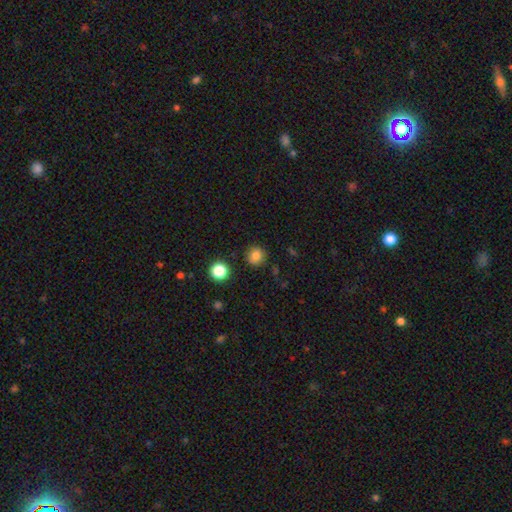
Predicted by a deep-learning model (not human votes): Smooth or featured? smooth (81%)
How rounded? round (93%)
Merging? none (87%)